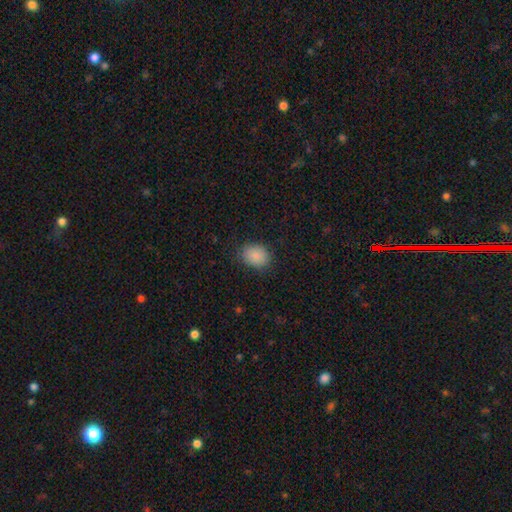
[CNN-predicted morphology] Smooth or featured: smooth — 87% (star or artifact — 8%)
How rounded: in between — 54% (round — 45%)
Merging: none — 83% (minor disturbance — 13%)